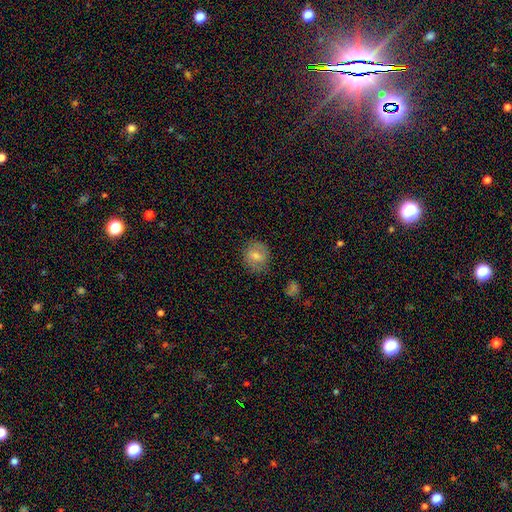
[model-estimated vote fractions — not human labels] Q: Smooth or featured?
A: smooth (54%); runner-up: featured or disk (34%)
Q: How rounded?
A: round (72%); runner-up: in between (27%)
Q: Merging?
A: none (81%); runner-up: minor disturbance (14%)